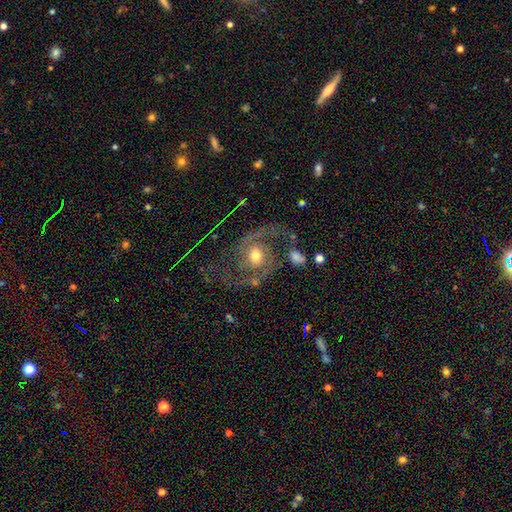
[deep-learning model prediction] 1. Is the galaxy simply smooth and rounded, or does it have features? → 84% featured or disk, 9% smooth, 7% star or artifact.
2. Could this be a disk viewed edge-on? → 97% no, 3% yes.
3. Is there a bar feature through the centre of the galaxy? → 60% no, 31% weak, 9% strong.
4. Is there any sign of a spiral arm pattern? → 92% yes, 8% no.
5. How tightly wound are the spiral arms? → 54% medium, 28% loose, 17% tight.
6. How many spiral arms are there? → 90% 2, 3% can't tell, 2% 1, 2% 3, 1% 4, 1% more than 4.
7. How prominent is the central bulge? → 68% moderate, 18% small, 11% large, 2% none, 2% dominant.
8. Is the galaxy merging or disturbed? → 62% none, 18% minor disturbance, 16% major disturbance, 5% merger.